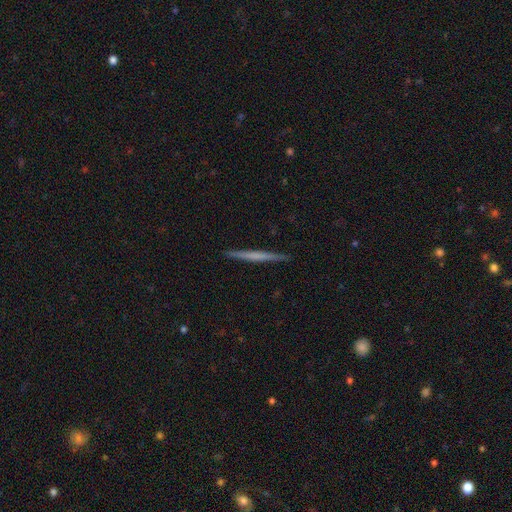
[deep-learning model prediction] smooth_or_featured: featured or disk (p=0.52) [alt: smooth p=0.43]
disk_edge_on: yes (p=0.98) [alt: no p=0.02]
edge_on_bulge: none (p=0.77) [alt: rounded p=0.15]
merging: none (p=0.92) [alt: minor disturbance p=0.05]